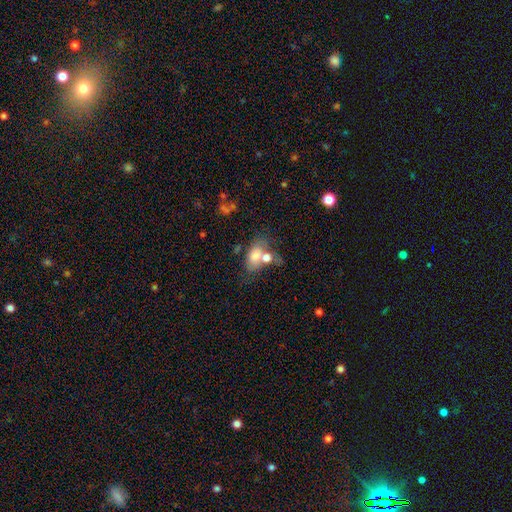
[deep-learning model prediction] Smooth or featured?
  - smooth: 68% *
  - featured or disk: 23%
  - star or artifact: 9%
How rounded?
  - in between: 87% *
  - round: 10%
  - cigar-shaped: 3%
Merging?
  - merger: 43% *
  - none: 28%
  - minor disturbance: 16%
  - major disturbance: 13%